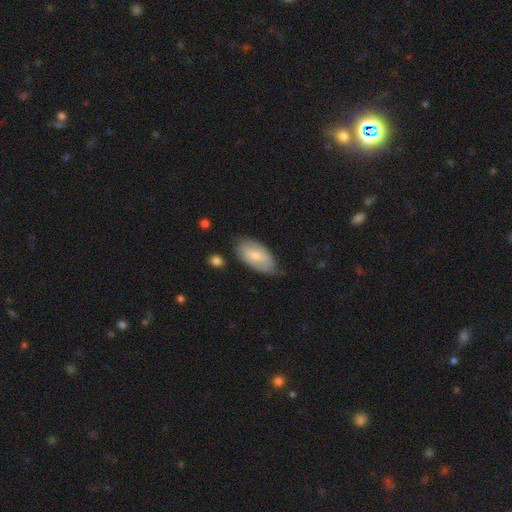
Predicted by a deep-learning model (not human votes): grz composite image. It shows a smooth galaxy with no disk features (63%) that is in between round and cigar-shaped (94%). Merging: none (65%).